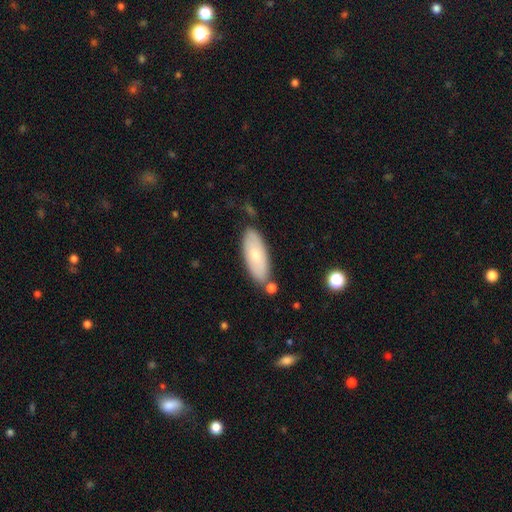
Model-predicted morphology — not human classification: Smooth or featured: smooth — 67% (featured or disk — 27%)
How rounded: in between — 76% (cigar-shaped — 22%)
Merging: none — 77% (minor disturbance — 15%)